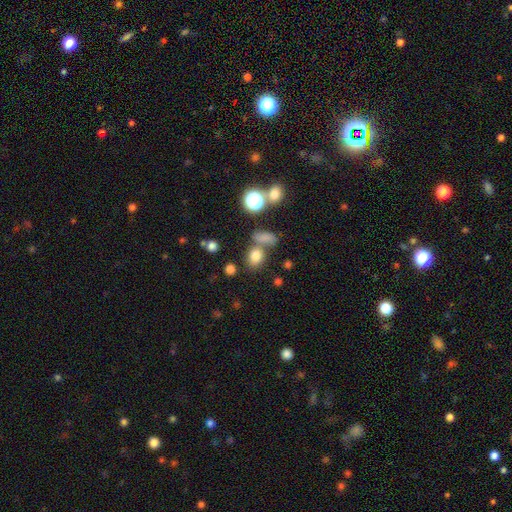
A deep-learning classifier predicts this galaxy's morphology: Smooth or featured? Predicted: smooth (p=0.77). How rounded? Predicted: in between (p=0.54). Merging? Predicted: none (p=0.58).